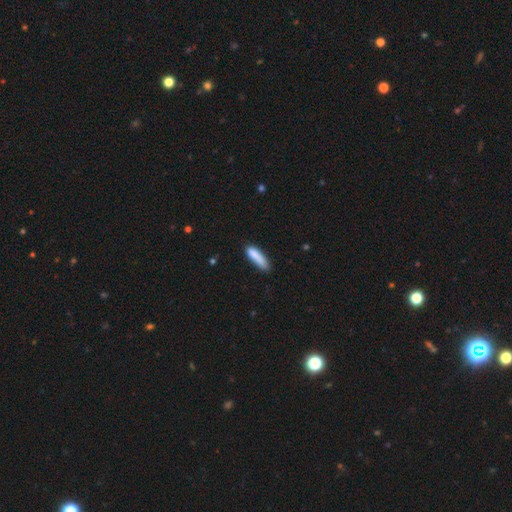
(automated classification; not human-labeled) smooth 84%, featured or disk 8%, star or artifact 7%. Down the decision tree: how rounded — cigar-shaped (67%); merging — none (67%).